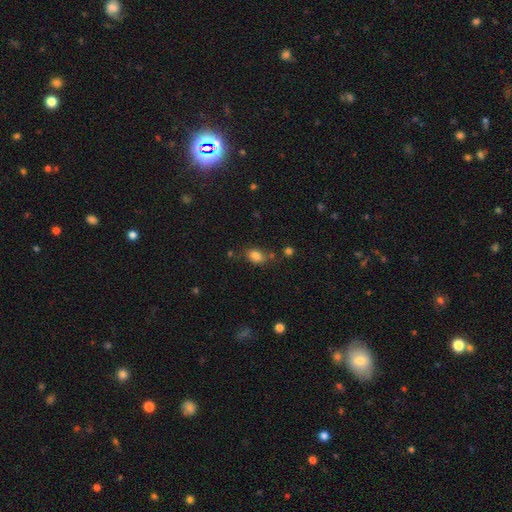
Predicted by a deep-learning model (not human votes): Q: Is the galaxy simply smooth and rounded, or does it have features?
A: smooth — 82%.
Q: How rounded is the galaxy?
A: in between — 76%.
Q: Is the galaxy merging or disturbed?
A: none — 69%.